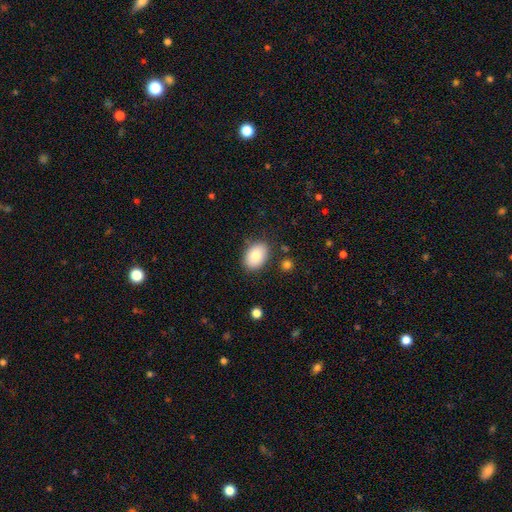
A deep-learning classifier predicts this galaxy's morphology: Overall: smooth (83%). How rounded: in between (80%). Merging: none (83%).